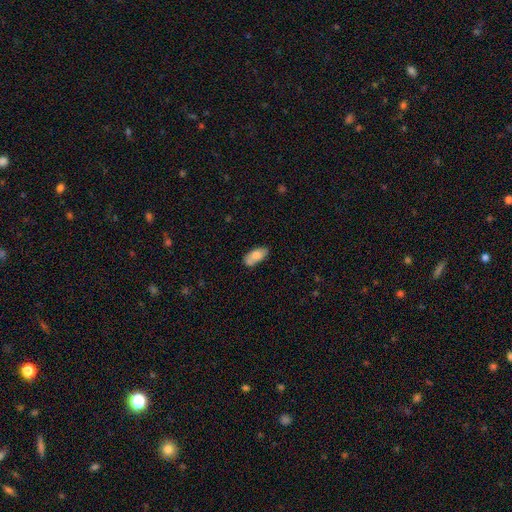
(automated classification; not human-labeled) Smooth or featured?
  - smooth: 73% *
  - featured or disk: 20%
  - star or artifact: 7%
How rounded?
  - in between: 90% *
  - cigar-shaped: 7%
  - round: 3%
Merging?
  - none: 62% *
  - minor disturbance: 22%
  - merger: 11%
  - major disturbance: 5%